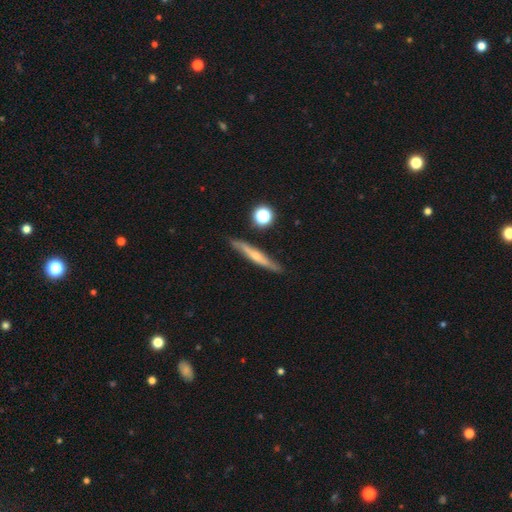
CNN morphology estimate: The model was most divided on "smooth or featured": featured or disk: 58%, smooth: 35%, star or artifact: 7%. More confident: edge-on disk — yes (92%); merging — none (84%); edge-on bulge — rounded (71%).